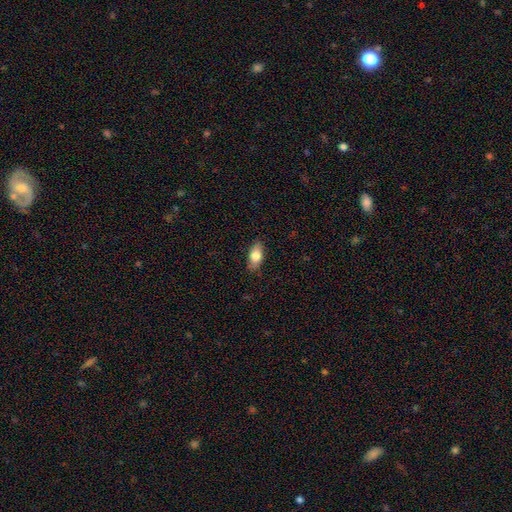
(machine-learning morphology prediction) Smooth or featured: smooth — 77% (featured or disk — 17%)
How rounded: in between — 85% (cigar-shaped — 11%)
Merging: none — 84% (minor disturbance — 13%)